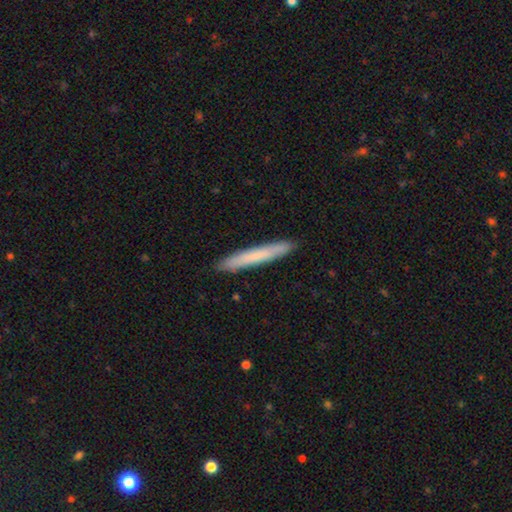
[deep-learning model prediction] A smooth galaxy with no disk features (72%) that is cigar-shaped (96%). Merging: none (91%).